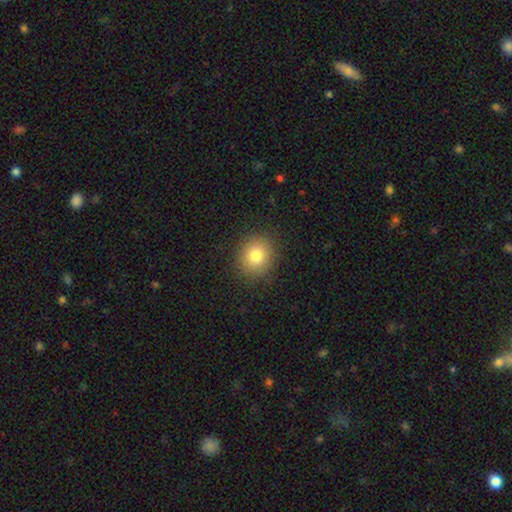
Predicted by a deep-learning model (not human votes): Smooth or featured?
  - smooth: 80% *
  - star or artifact: 12%
  - featured or disk: 8%
How rounded?
  - round: 81% *
  - in between: 18%
  - cigar-shaped: 1%
Merging?
  - none: 89% *
  - minor disturbance: 8%
  - major disturbance: 3%
  - merger: 1%